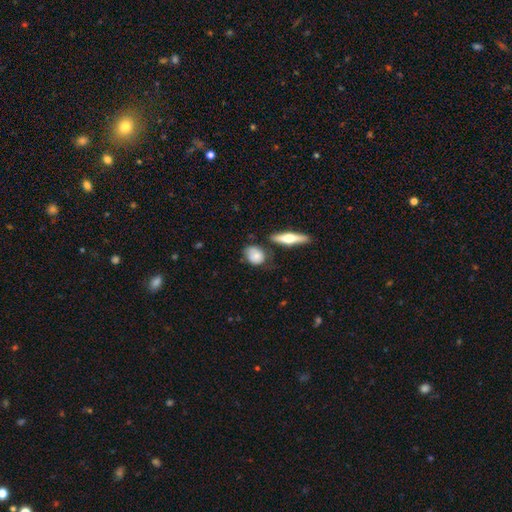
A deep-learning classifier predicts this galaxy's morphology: smooth_or_featured: smooth (p=0.74) [alt: featured or disk p=0.20]
how_rounded: in between (p=0.50) [alt: round p=0.45]
merging: none (p=0.61) [alt: minor disturbance p=0.26]